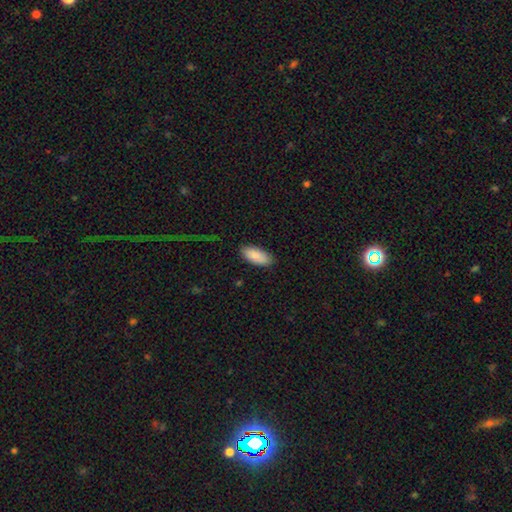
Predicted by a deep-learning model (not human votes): smooth_or_featured: smooth (p=0.90) [alt: star or artifact p=0.06]
how_rounded: in between (p=0.86) [alt: cigar-shaped p=0.12]
merging: none (p=0.86) [alt: minor disturbance p=0.11]